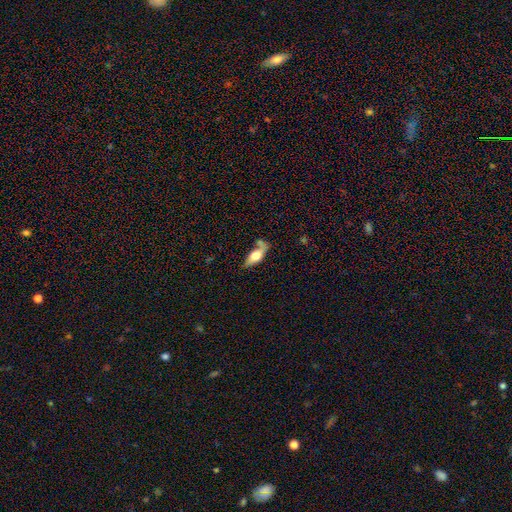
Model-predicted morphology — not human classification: Q: Smooth or featured?
A: smooth (52%); runner-up: featured or disk (41%)
Q: How rounded?
A: in between (67%); runner-up: cigar-shaped (29%)
Q: Merging?
A: none (48%); runner-up: minor disturbance (24%)